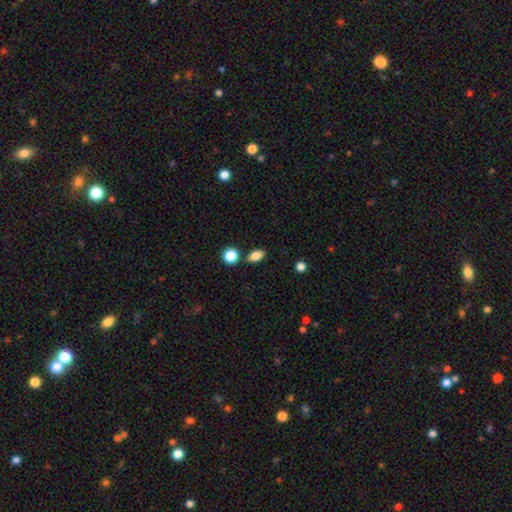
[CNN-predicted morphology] Overall: smooth (82%). How rounded: in between (82%). Merging: none (80%).